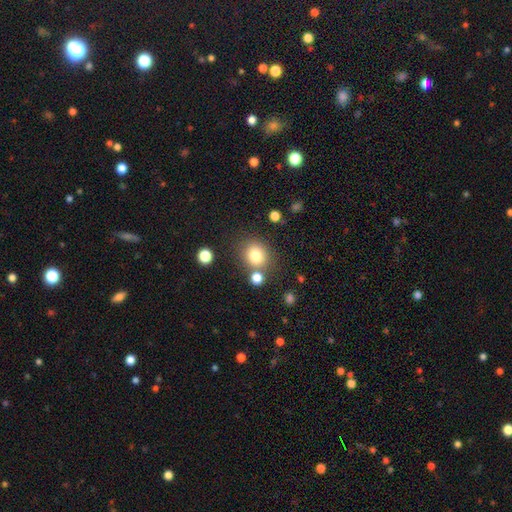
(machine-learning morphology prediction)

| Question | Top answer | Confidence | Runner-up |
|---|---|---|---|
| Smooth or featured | smooth | 80% | star or artifact (13%) |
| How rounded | round | 81% | in between (19%) |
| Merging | none | 75% | merger (11%) |